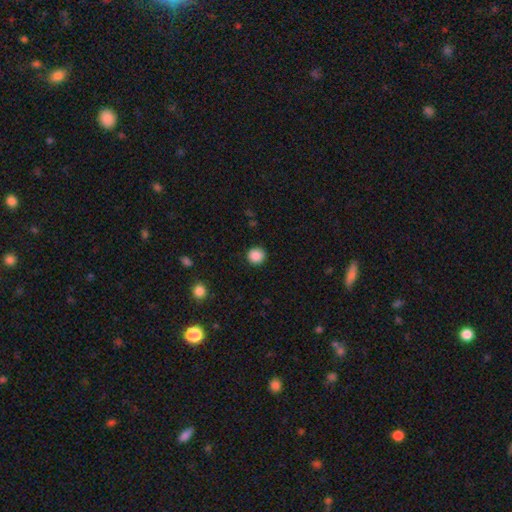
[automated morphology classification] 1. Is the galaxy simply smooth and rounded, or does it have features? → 88% smooth, 10% star or artifact, 2% featured or disk.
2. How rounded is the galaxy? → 92% round, 7% in between, 1% cigar-shaped.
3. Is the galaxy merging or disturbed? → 91% none, 6% minor disturbance, 2% major disturbance, 1% merger.